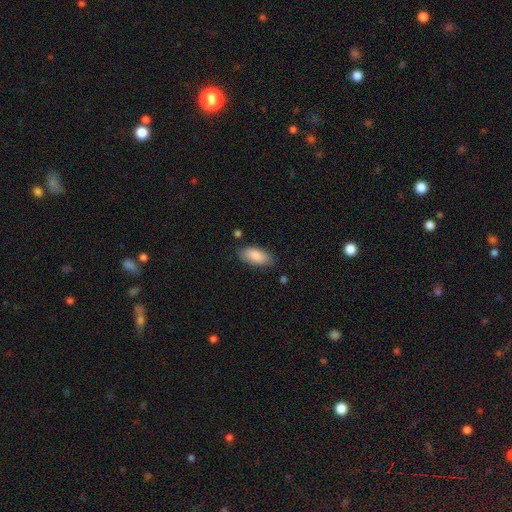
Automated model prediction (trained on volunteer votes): A smooth galaxy with no disk features (87%) that is in between round and cigar-shaped (88%).

Vote fractions:
- Smooth or featured? smooth: 87% / featured or disk: 7% / star or artifact: 6%
- How rounded? in between: 88% / cigar-shaped: 10% / round: 2%
- Merging? none: 78% / minor disturbance: 16% / major disturbance: 3% / merger: 2%